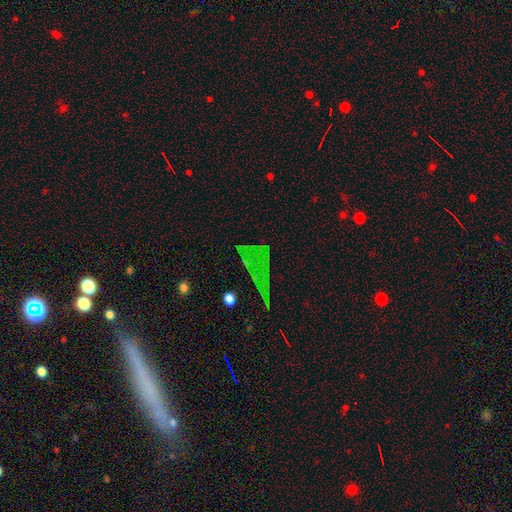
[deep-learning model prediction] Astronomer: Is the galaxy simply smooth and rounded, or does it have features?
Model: star or artifact — 59%.